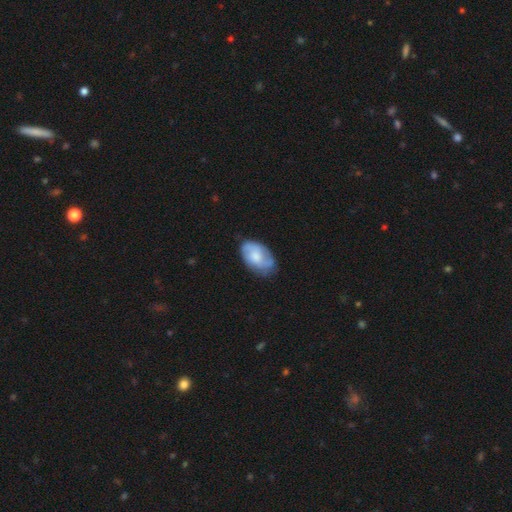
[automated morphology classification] A smooth galaxy with no disk features (50%).

Vote fractions:
- Smooth or featured? smooth: 50% / featured or disk: 44% / star or artifact: 6%
- Merging? none: 66% / minor disturbance: 26% / major disturbance: 7% / merger: 2%